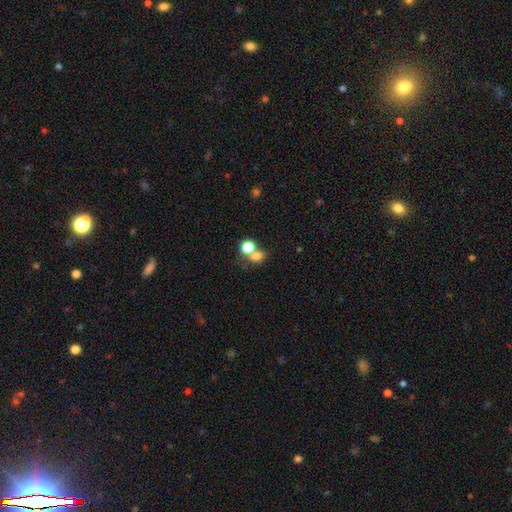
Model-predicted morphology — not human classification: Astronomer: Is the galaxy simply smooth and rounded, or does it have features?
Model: smooth — 71%.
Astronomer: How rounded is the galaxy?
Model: round — 55% (runner-up: in between, 43%).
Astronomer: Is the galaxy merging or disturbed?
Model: merger — 43% (runner-up: none, 42%).